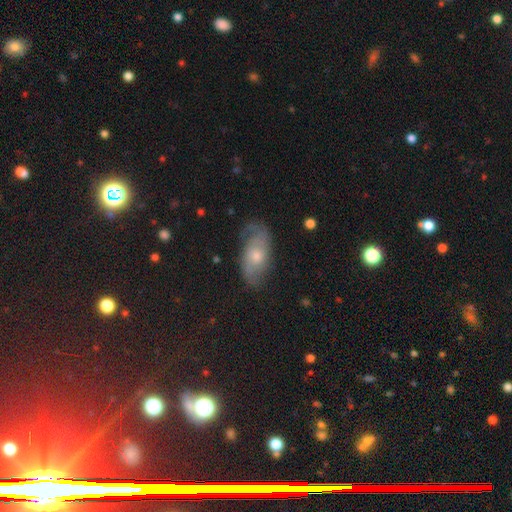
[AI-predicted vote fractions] Overall: featured or disk (63%; smooth 25%). Edge-on disk: no (92%). Bar: no (71%). Spiral arms: yes (88%). Spiral arm count: 2 (68%). Spiral winding: medium (43%; loose 29%). Bulge size: moderate (60%; small 30%). Merging: none (70%).